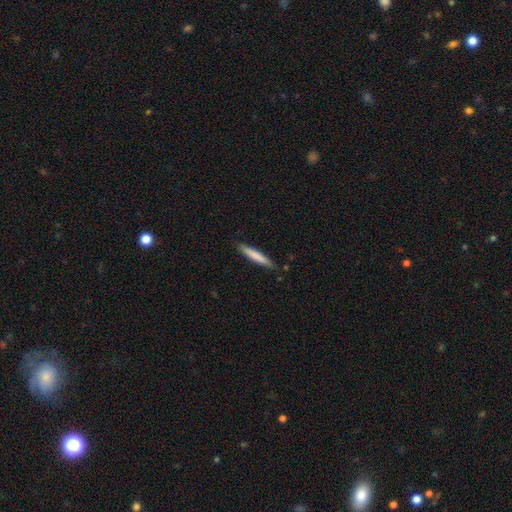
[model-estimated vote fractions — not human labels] A smooth galaxy with no disk features (76%) that is cigar-shaped (93%).

Vote fractions:
- Smooth or featured? smooth: 76% / featured or disk: 18% / star or artifact: 5%
- How rounded? cigar-shaped: 93% / in between: 6% / round: 1%
- Merging? none: 87% / minor disturbance: 10% / major disturbance: 2% / merger: 1%